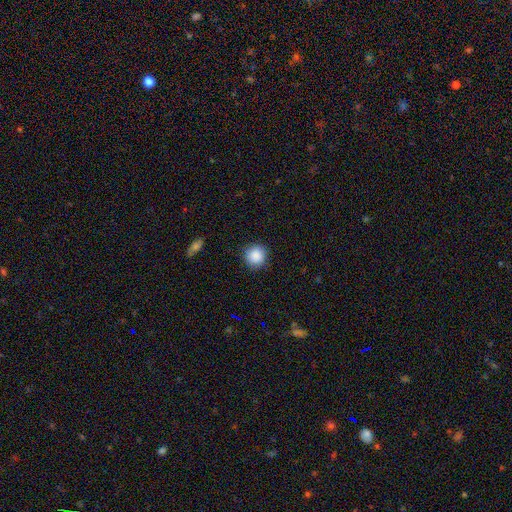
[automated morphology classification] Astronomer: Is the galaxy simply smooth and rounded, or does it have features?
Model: smooth — 88%.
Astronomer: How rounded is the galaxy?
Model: round — 92%.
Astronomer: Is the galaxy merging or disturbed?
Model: none — 88%.